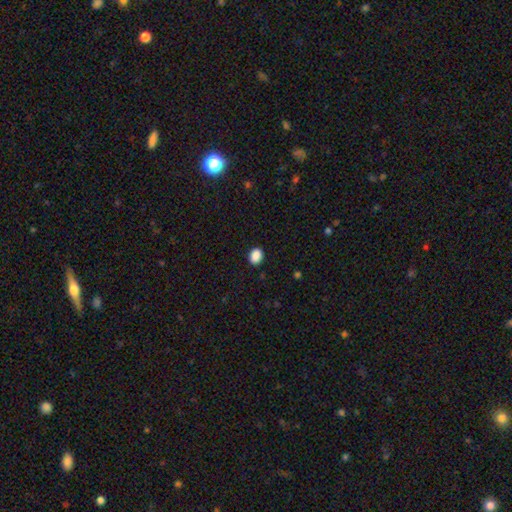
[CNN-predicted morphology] Q: Smooth or featured?
A: smooth (89%); runner-up: star or artifact (9%)
Q: How rounded?
A: in between (61%); runner-up: round (38%)
Q: Merging?
A: none (89%); runner-up: minor disturbance (8%)